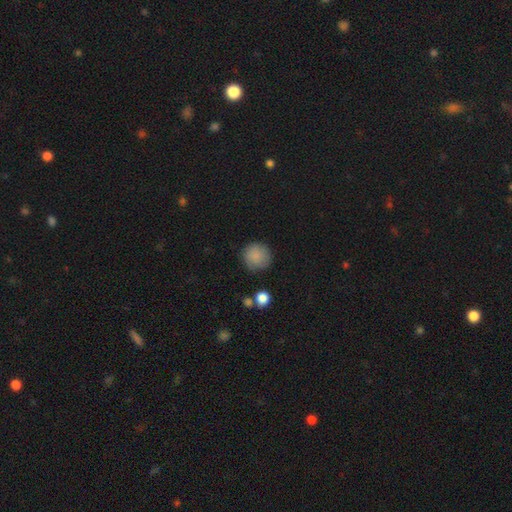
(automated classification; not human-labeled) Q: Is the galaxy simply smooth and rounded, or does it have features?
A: smooth — 85%.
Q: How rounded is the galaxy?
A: round — 93%.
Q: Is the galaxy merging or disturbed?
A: none — 80%.